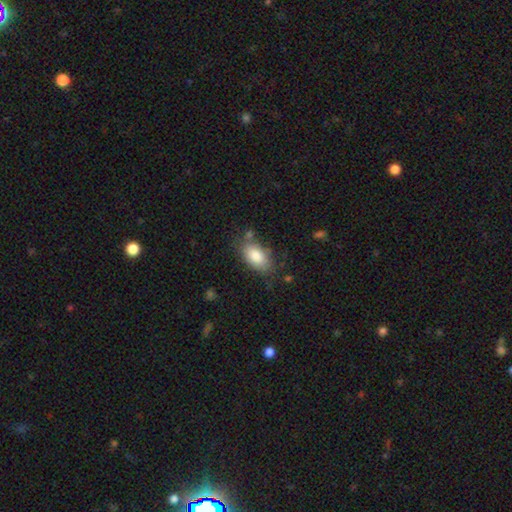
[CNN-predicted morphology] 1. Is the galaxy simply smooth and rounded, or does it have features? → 83% smooth, 10% featured or disk, 7% star or artifact.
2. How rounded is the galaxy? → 92% in between, 5% round, 3% cigar-shaped.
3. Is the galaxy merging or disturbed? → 72% none, 18% minor disturbance, 5% major disturbance, 4% merger.